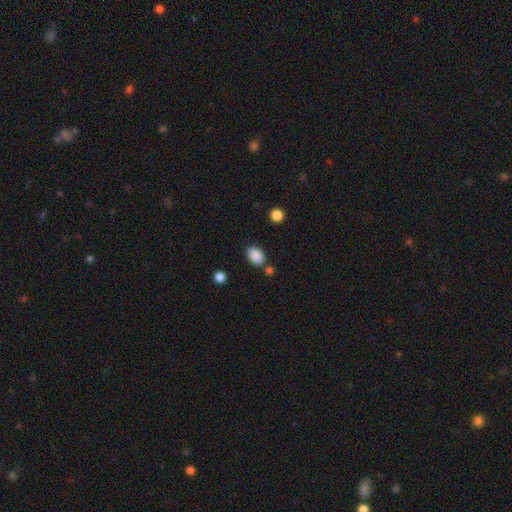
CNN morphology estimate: Overall: smooth (87%). How rounded: in between (86%). Merging: none (73%).